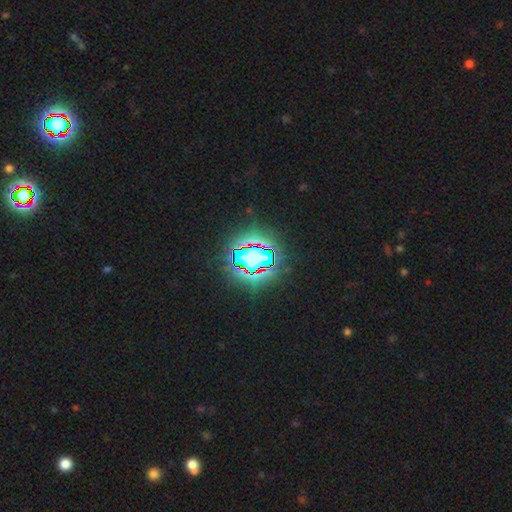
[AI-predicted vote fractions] This is likely a star or artifact rather than a galaxy (71%).